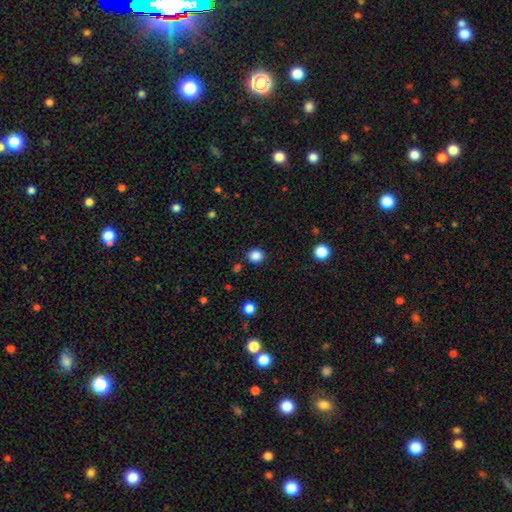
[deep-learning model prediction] Q: Smooth or featured?
A: smooth (85%); runner-up: star or artifact (12%)
Q: How rounded?
A: round (80%); runner-up: in between (19%)
Q: Merging?
A: none (88%); runner-up: minor disturbance (8%)